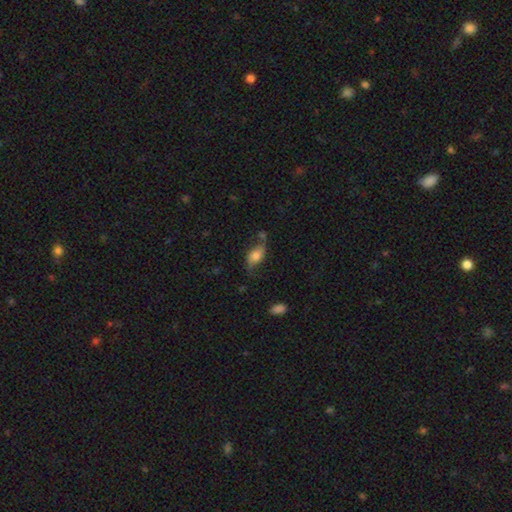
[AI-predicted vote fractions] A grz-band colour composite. It shows a smooth galaxy with no disk features (59%) that is in between round and cigar-shaped (86%). Merging: none (53%).